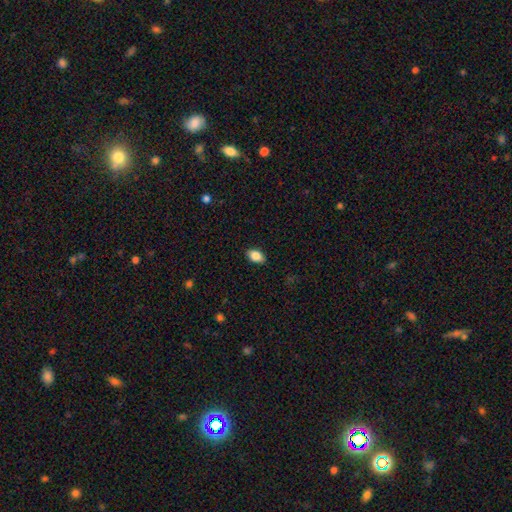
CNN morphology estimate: smooth_or_featured: smooth (p=0.85) [alt: star or artifact p=0.08]
how_rounded: in between (p=0.88) [alt: round p=0.10]
merging: none (p=0.88) [alt: minor disturbance p=0.09]